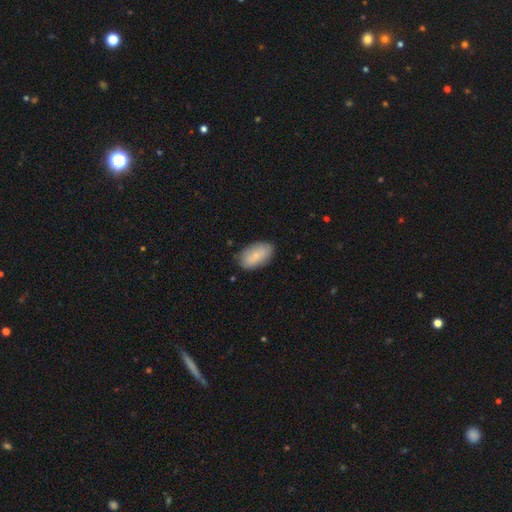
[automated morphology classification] smooth_or_featured: smooth (p=0.78) [alt: featured or disk p=0.16]
how_rounded: in between (p=0.94) [alt: round p=0.04]
merging: none (p=0.82) [alt: minor disturbance p=0.13]